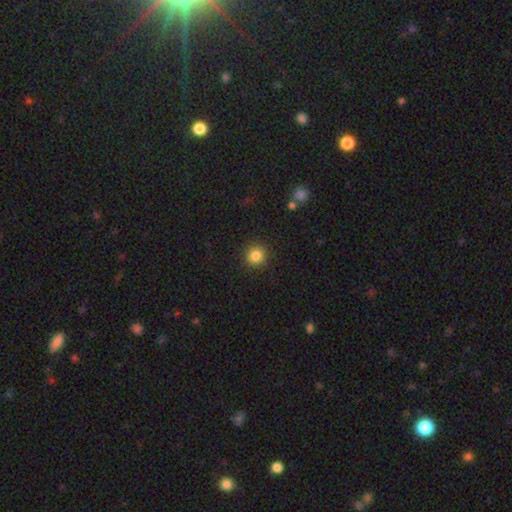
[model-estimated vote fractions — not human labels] This appears to be a smooth galaxy with no disk features (84%) that is round (91%). Merging: none (91%).